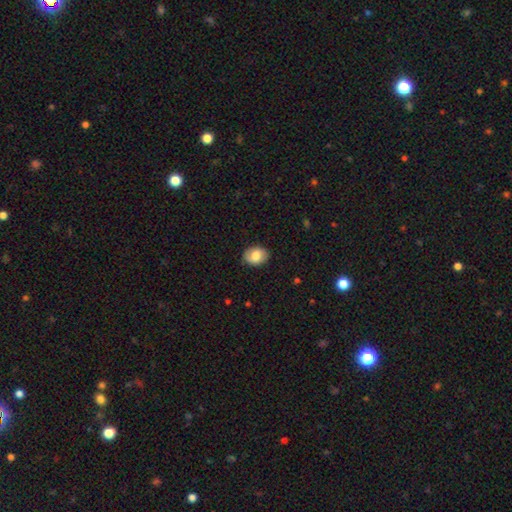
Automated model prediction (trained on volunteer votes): The model was most divided on "how rounded": in between: 62%, round: 37%, cigar-shaped: 1%. More confident: merging — none (86%); smooth or featured — smooth (76%).